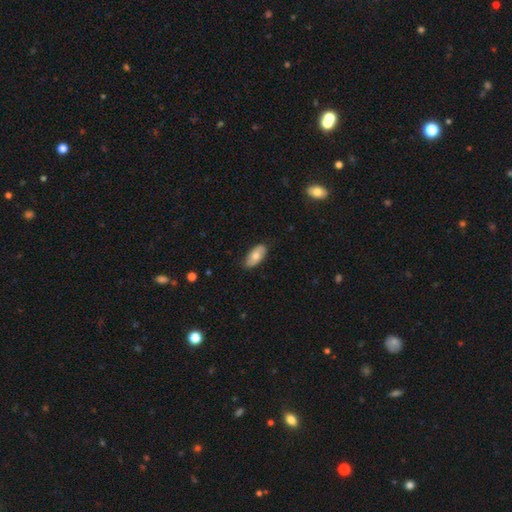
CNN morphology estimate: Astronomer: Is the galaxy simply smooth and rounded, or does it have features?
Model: smooth — 69%.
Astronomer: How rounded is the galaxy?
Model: in between — 93%.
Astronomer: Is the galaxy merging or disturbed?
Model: none — 83%.